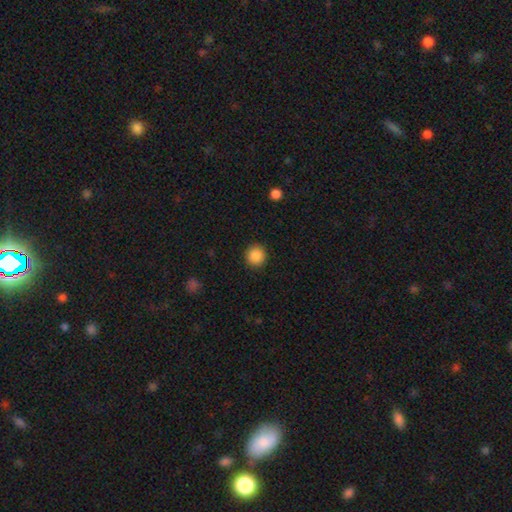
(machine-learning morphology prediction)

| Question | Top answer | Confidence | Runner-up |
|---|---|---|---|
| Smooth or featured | smooth | 88% | star or artifact (9%) |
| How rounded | round | 93% | in between (6%) |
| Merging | none | 92% | minor disturbance (5%) |